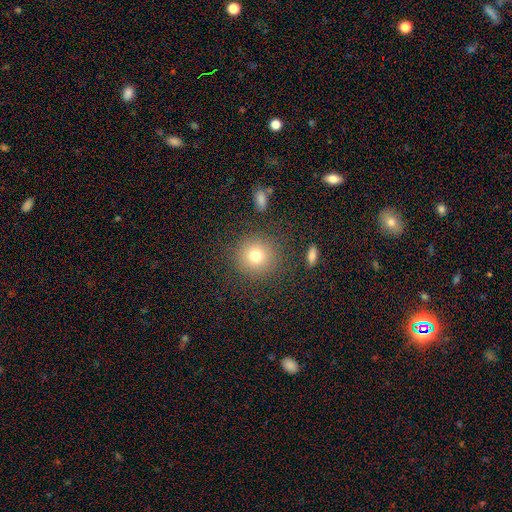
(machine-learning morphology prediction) smooth_or_featured: smooth (p=0.76) [alt: star or artifact p=0.13]
how_rounded: round (p=0.92) [alt: in between p=0.07]
merging: none (p=0.85) [alt: minor disturbance p=0.08]